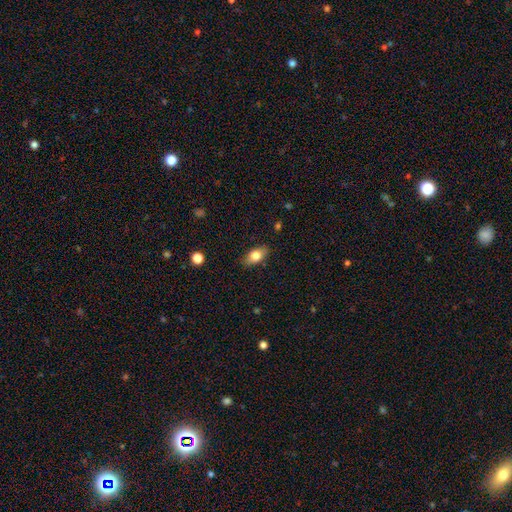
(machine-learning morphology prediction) The model was most divided on "smooth or featured": smooth: 78%, featured or disk: 15%, star or artifact: 8%. More confident: how rounded — in between (87%); merging — none (86%).